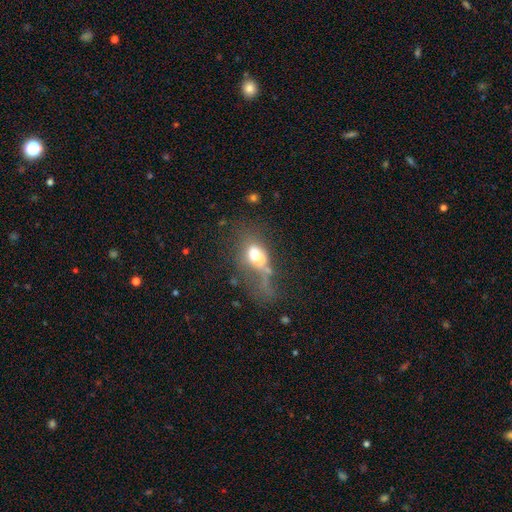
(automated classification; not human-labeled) Smooth or featured?
  - smooth: 61% *
  - featured or disk: 27%
  - star or artifact: 12%
How rounded?
  - in between: 82% *
  - round: 12%
  - cigar-shaped: 6%
Merging?
  - major disturbance: 46% *
  - none: 21%
  - minor disturbance: 18%
  - merger: 16%